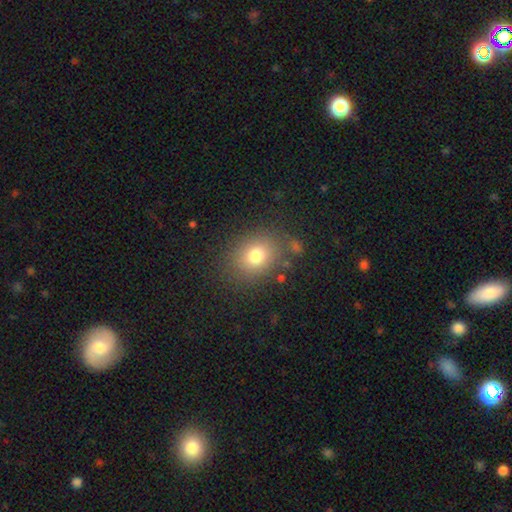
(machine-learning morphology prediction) type=smooth (76%); roundness=round (58%); merging=none (80%).